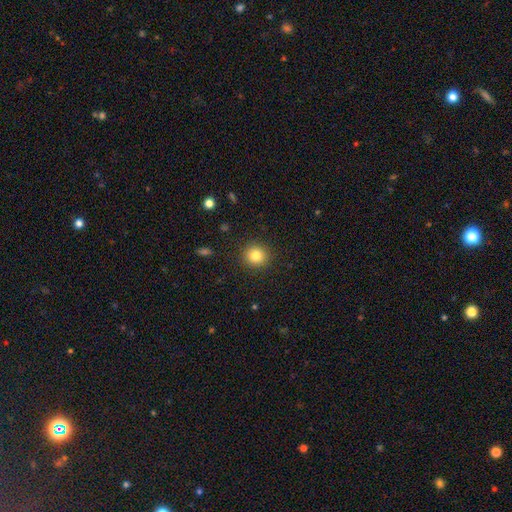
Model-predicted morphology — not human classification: smooth_or_featured: smooth (p=0.82) [alt: star or artifact p=0.11]
how_rounded: round (p=0.91) [alt: in between p=0.08]
merging: none (p=0.91) [alt: minor disturbance p=0.06]